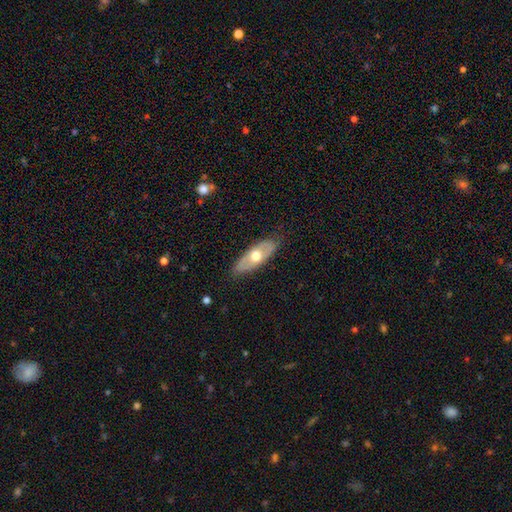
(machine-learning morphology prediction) The model was most divided on "smooth or featured": smooth: 48%, featured or disk: 47%, star or artifact: 5%. More confident: merging — none (80%).